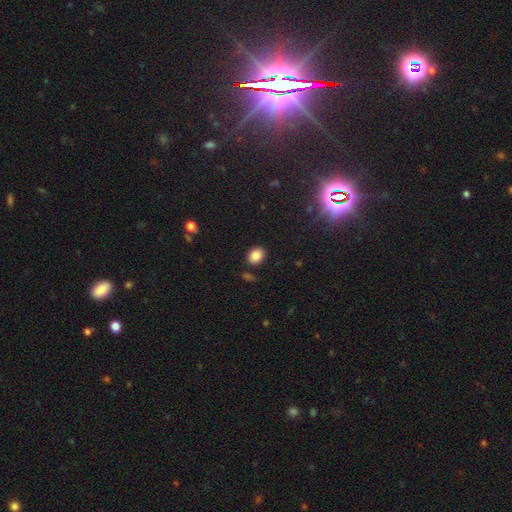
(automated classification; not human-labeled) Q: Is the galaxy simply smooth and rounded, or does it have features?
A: smooth — 86%.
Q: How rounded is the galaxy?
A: in between — 54%.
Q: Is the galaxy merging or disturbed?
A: none — 84%.